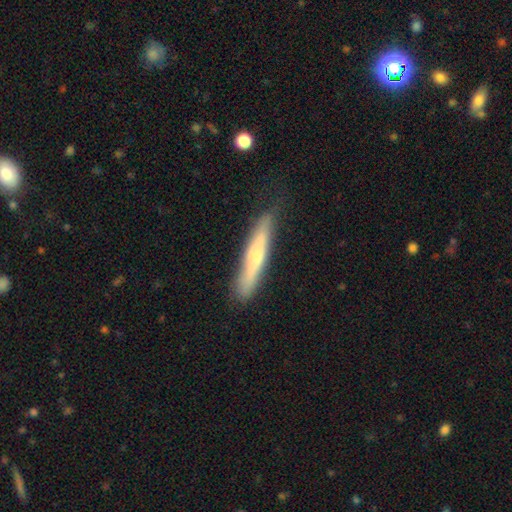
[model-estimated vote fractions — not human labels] A smooth galaxy with no disk features (55%) that is cigar-shaped (93%). Merging: none (78%).